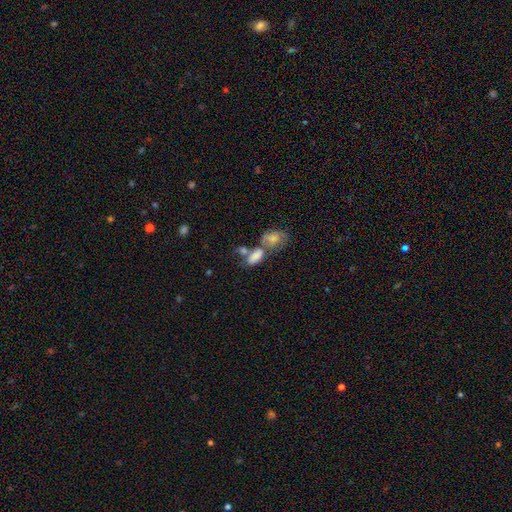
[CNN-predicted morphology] Overall: smooth (77%). How rounded: in between (88%). Merging: merger (51%; none 27%).